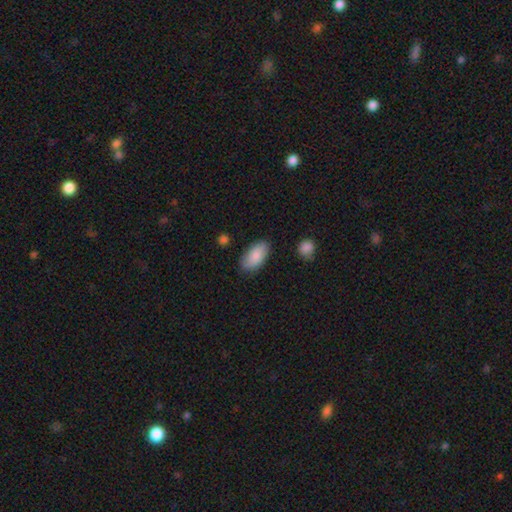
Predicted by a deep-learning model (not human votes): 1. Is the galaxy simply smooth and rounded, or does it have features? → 87% smooth, 7% featured or disk, 6% star or artifact.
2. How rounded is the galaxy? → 94% in between, 4% cigar-shaped, 2% round.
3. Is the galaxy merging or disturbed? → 81% none, 14% minor disturbance, 3% major disturbance, 2% merger.